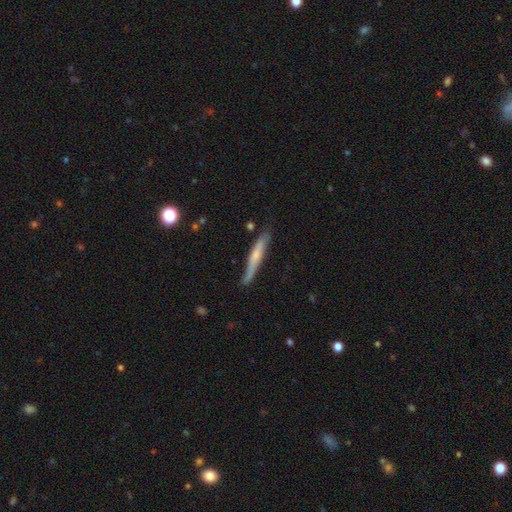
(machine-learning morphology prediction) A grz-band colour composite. It shows a smooth galaxy with no disk features (49%). Merging: none (75%).